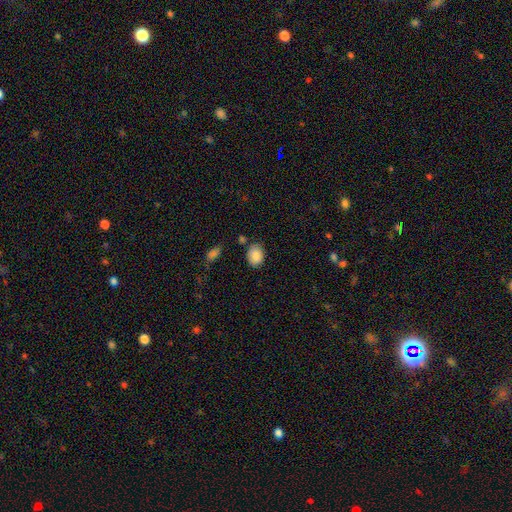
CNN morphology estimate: A smooth galaxy with no disk features (85%) that is in between round and cigar-shaped (69%). Merging: none (77%).